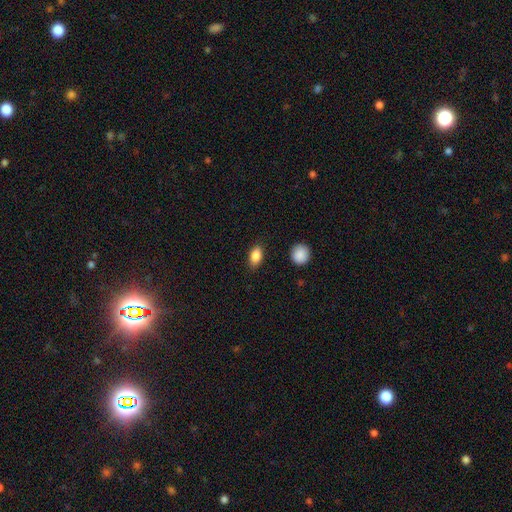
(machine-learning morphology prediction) Smooth or featured? Predicted: smooth (p=0.87). How rounded? Predicted: in between (p=0.84). Merging? Predicted: none (p=0.84).